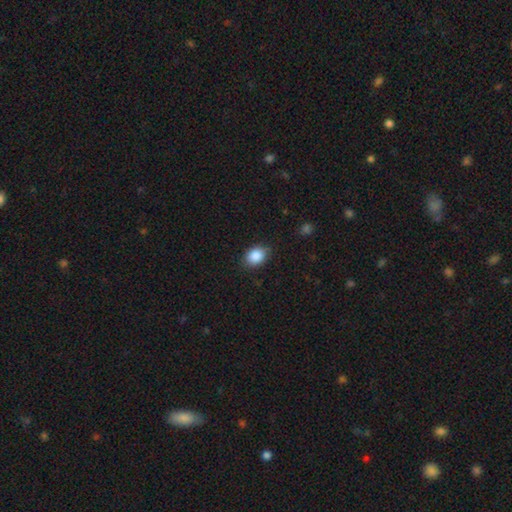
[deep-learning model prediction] Smooth or featured: smooth — 88% (star or artifact — 8%)
How rounded: in between — 63% (round — 36%)
Merging: none — 83% (minor disturbance — 13%)